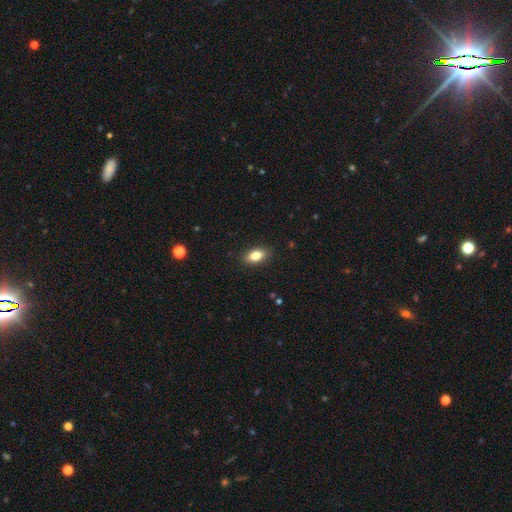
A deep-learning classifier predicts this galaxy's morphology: A smooth galaxy with no disk features (81%) that is in between round and cigar-shaped (86%). Merging: none (88%).